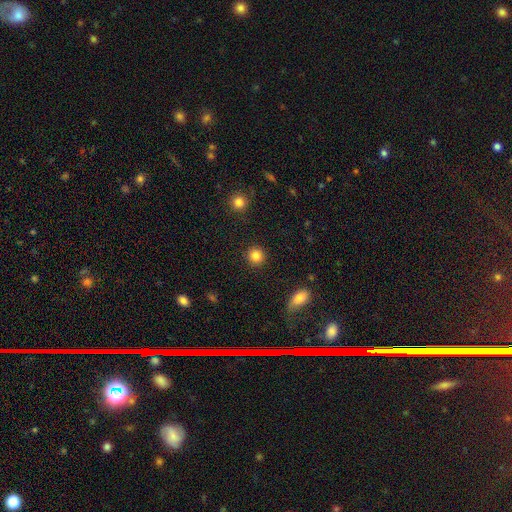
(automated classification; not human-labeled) Q: Smooth or featured?
A: smooth (86%); runner-up: star or artifact (10%)
Q: How rounded?
A: round (93%); runner-up: in between (6%)
Q: Merging?
A: none (91%); runner-up: minor disturbance (5%)